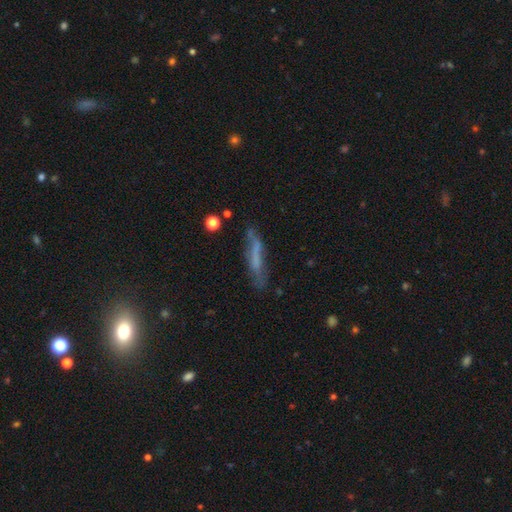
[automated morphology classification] smooth-or-featured: smooth: 46% | featured or disk: 42% | star or artifact: 12%
  merging: none: 61% | minor disturbance: 24% | major disturbance: 11% | merger: 4%